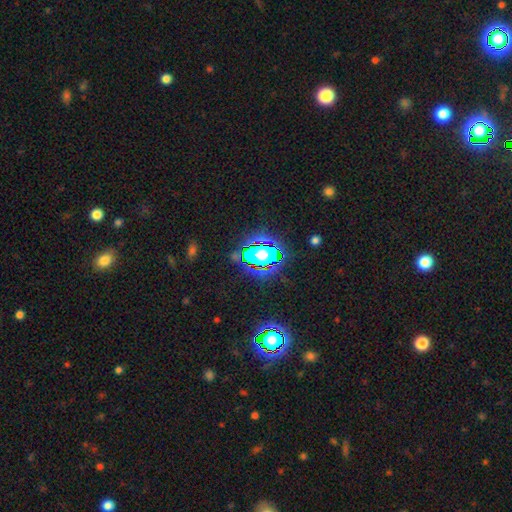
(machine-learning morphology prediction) Smooth or featured?
  - star or artifact: 76% *
  - smooth: 15%
  - featured or disk: 9%